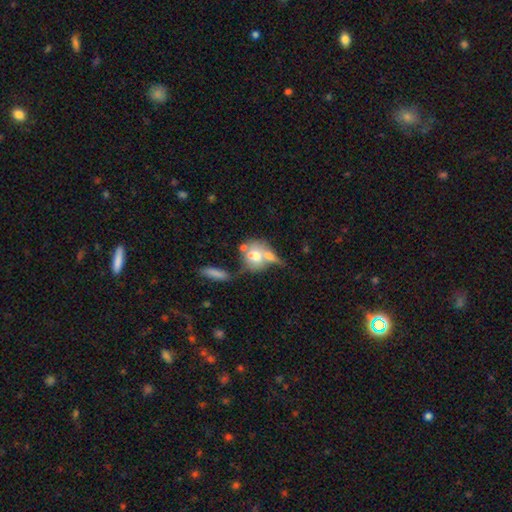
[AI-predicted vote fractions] Smooth or featured?
  - smooth: 59% *
  - featured or disk: 32%
  - star or artifact: 9%
How rounded?
  - round: 54% *
  - in between: 42%
  - cigar-shaped: 4%
Merging?
  - merger: 52% *
  - none: 25%
  - minor disturbance: 12%
  - major disturbance: 11%